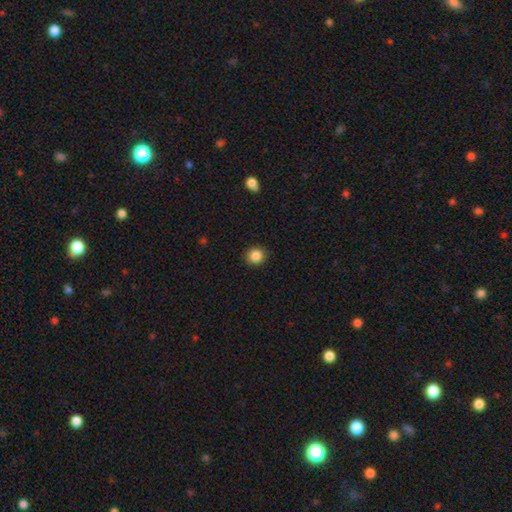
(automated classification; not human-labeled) smooth_or_featured: smooth (p=0.86) [alt: star or artifact p=0.10]
how_rounded: round (p=0.88) [alt: in between p=0.11]
merging: none (p=0.91) [alt: minor disturbance p=0.06]